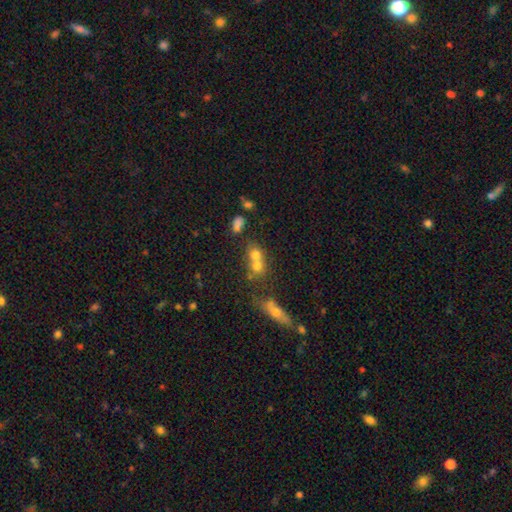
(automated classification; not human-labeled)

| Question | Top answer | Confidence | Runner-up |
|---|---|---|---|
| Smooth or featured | smooth | 64% | featured or disk (20%) |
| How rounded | round | 64% | in between (33%) |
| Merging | merger | 59% | none (30%) |